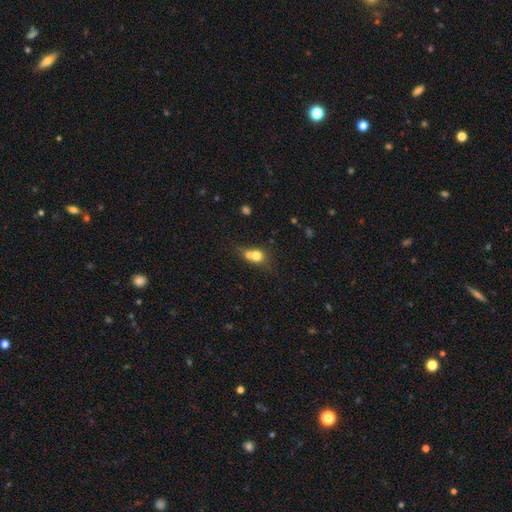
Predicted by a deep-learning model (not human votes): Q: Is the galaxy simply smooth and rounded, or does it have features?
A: smooth — 72%.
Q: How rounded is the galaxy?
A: round — 66%.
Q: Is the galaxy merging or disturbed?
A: merger — 59%.